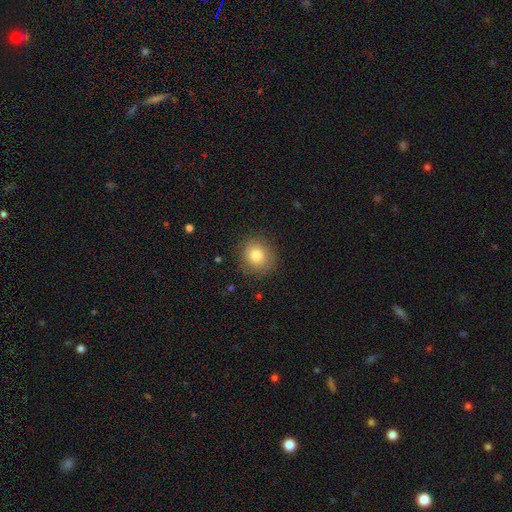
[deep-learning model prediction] The model was most divided on "smooth or featured": smooth: 79%, star or artifact: 11%, featured or disk: 10%. More confident: merging — none (88%); how rounded — round (84%).